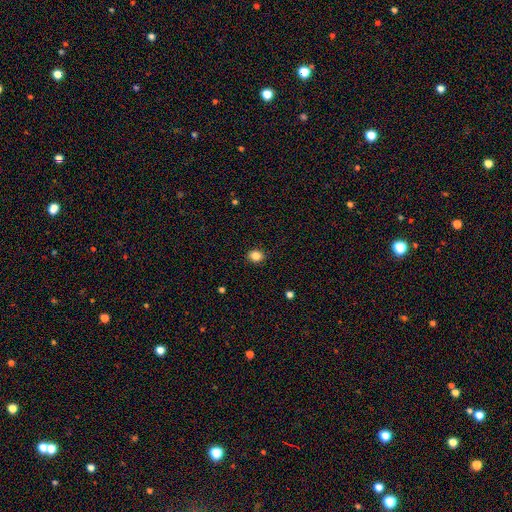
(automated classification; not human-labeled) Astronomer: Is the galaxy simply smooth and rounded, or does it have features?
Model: smooth — 85%.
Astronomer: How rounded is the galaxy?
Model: round — 59% (runner-up: in between, 40%).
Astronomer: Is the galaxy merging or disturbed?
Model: none — 89%.